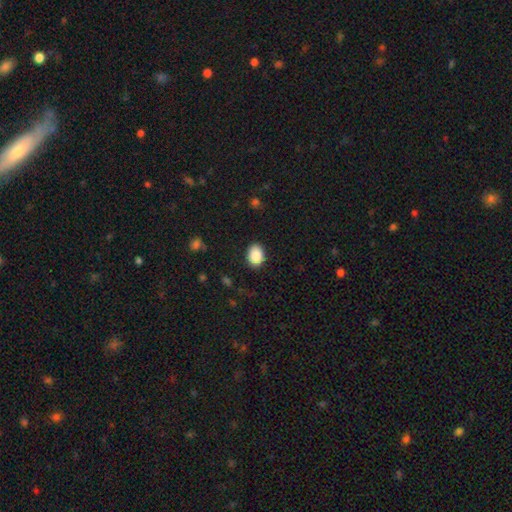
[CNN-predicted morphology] type=smooth (90%); roundness=in between (77%); merging=none (88%).